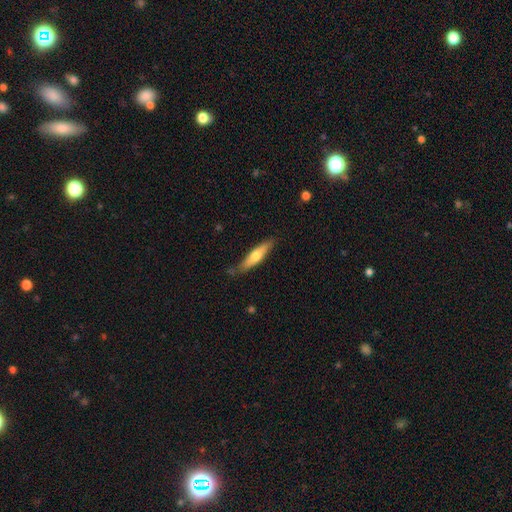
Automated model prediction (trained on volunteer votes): Overall: smooth (57%; featured or disk 38%). How rounded: cigar-shaped (75%). Merging: none (75%).